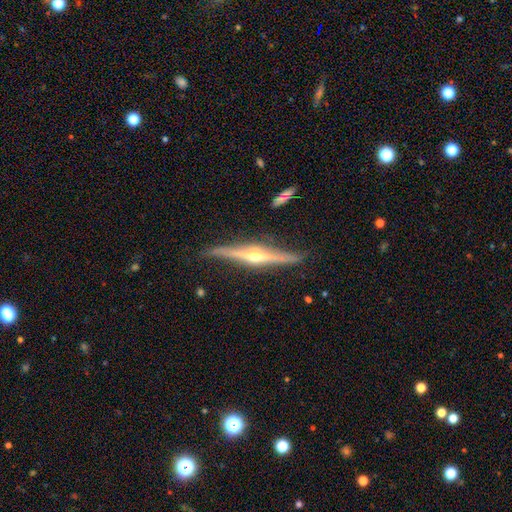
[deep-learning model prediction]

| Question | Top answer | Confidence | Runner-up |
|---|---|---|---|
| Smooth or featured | featured or disk | 84% | smooth (11%) |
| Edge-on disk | yes | 97% | no (3%) |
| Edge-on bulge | rounded | 93% | none (4%) |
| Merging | none | 83% | minor disturbance (13%) |